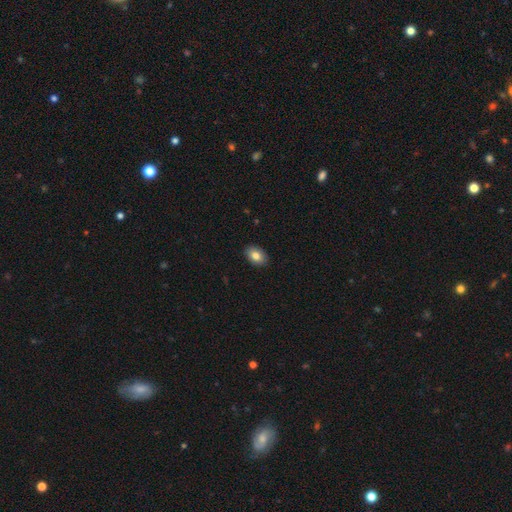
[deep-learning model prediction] This appears to be a smooth galaxy with no disk features (82%) that is in between round and cigar-shaped (85%). Merging: none (90%).